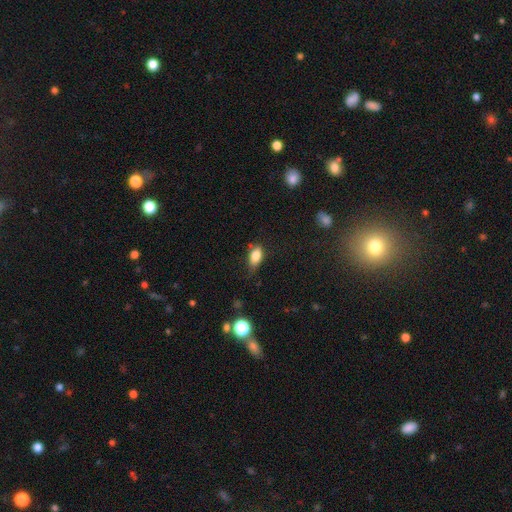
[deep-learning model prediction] Q: Smooth or featured?
A: smooth (82%); runner-up: featured or disk (9%)
Q: How rounded?
A: in between (87%); runner-up: round (7%)
Q: Merging?
A: none (61%); runner-up: minor disturbance (29%)